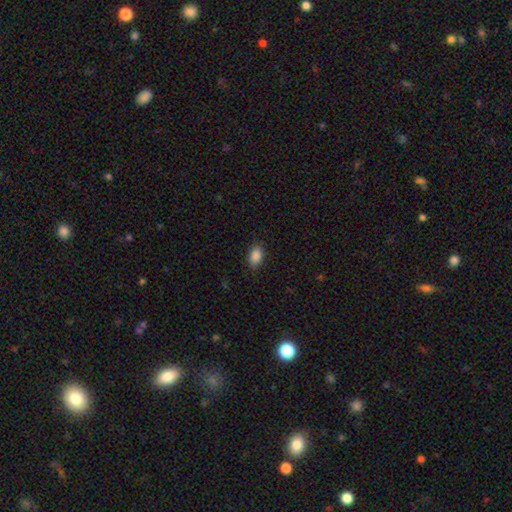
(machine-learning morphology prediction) smooth-or-featured: smooth: 88% | star or artifact: 8% | featured or disk: 4%
  how-rounded: in between: 87% | round: 11% | cigar-shaped: 2%
  merging: none: 85% | minor disturbance: 11% | major disturbance: 3% | merger: 1%